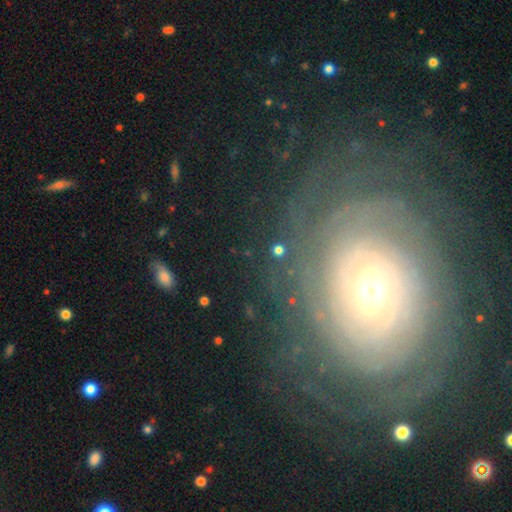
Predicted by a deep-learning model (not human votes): Smooth or featured?
  - featured or disk: 83% *
  - star or artifact: 8%
  - smooth: 8%
Edge-on disk?
  - no: 95% *
  - yes: 5%
Bar?
  - weak: 44% *
  - strong: 31%
  - no: 25%
Spiral arms?
  - yes: 92% *
  - no: 8%
Spiral winding?
  - tight: 83% *
  - medium: 13%
  - loose: 4%
Spiral arm count?
  - can't tell: 40% *
  - more than 4: 20%
  - 4: 12%
  - 2: 12%
  - 3: 9%
  - 1: 7%
Bulge size?
  - moderate: 57% *
  - small: 33%
  - large: 8%
  - dominant: 1%
  - none: 1%
Merging?
  - none: 76% *
  - minor disturbance: 13%
  - major disturbance: 9%
  - merger: 2%